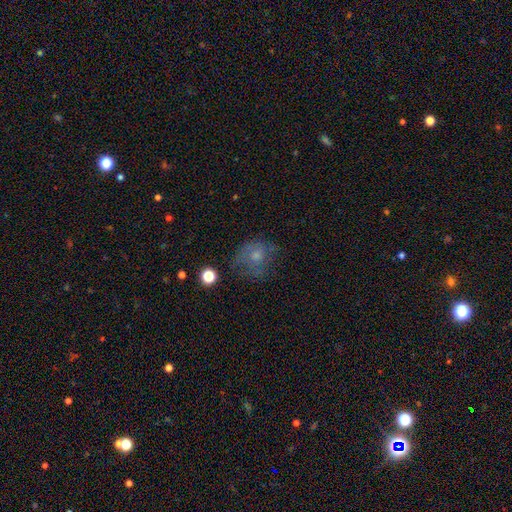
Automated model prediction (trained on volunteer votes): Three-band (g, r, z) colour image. It shows a smooth galaxy with no disk features (61%) that is round (72%). Merging: none (51%).